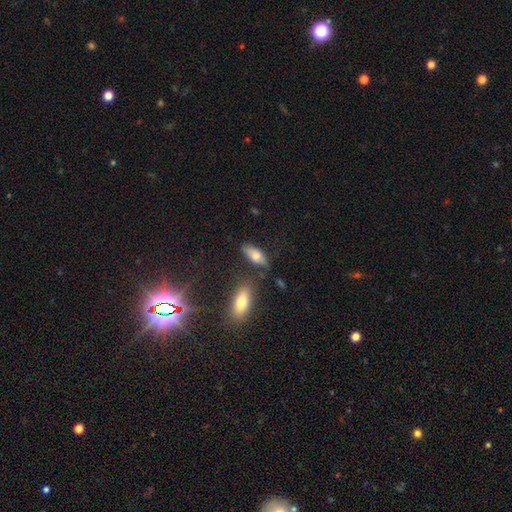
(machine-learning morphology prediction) The model was most divided on "merging": none: 66%, minor disturbance: 20%, merger: 9%, major disturbance: 6%. More confident: how rounded — in between (74%); smooth or featured — smooth (73%).